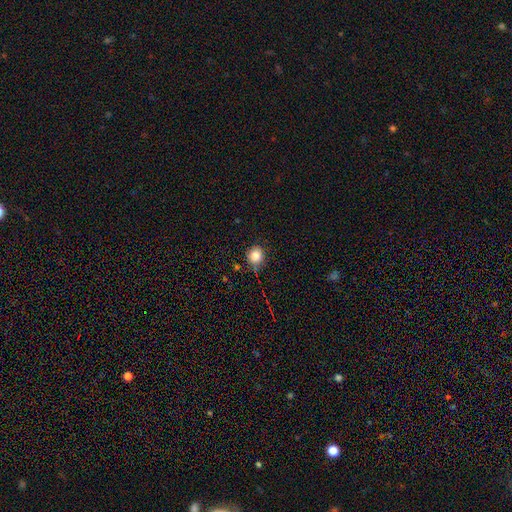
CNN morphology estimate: type=smooth (83%); roundness=round (83%); merging=none (80%).